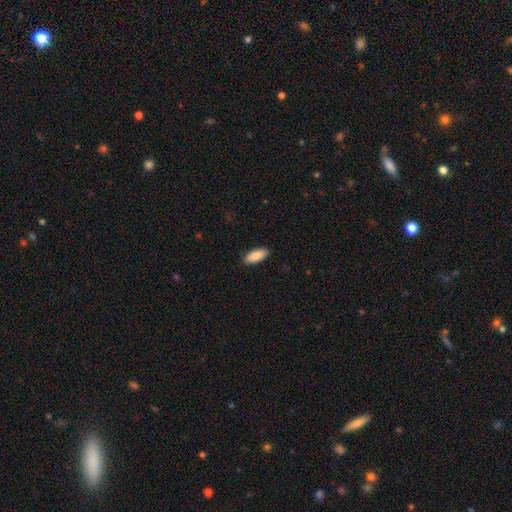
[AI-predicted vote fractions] Morphology: type=smooth (90%); roundness=in between (86%); merging=none (89%).